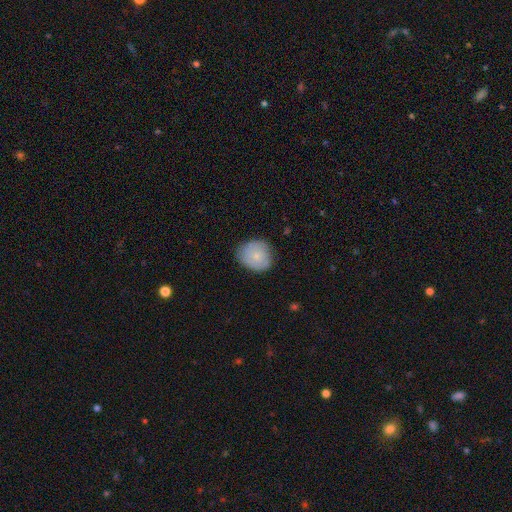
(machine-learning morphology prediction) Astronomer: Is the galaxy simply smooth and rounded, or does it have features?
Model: smooth — 73%.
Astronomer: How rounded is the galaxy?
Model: round — 72%.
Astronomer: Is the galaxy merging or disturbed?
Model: none — 74%.